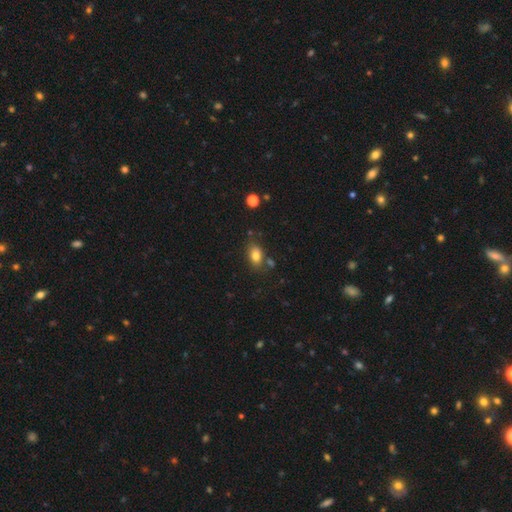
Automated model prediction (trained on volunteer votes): A smooth galaxy with no disk features (80%) that is in between round and cigar-shaped (78%).

Vote fractions:
- Smooth or featured? smooth: 80% / star or artifact: 11% / featured or disk: 10%
- How rounded? in between: 78% / round: 20% / cigar-shaped: 2%
- Merging? none: 71% / minor disturbance: 16% / merger: 9% / major disturbance: 4%